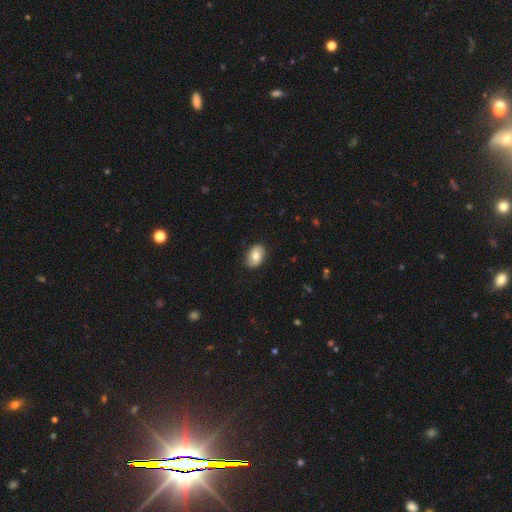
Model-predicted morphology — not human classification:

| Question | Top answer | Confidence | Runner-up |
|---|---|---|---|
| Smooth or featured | smooth | 79% | featured or disk (14%) |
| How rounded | in between | 87% | round (12%) |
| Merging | none | 88% | minor disturbance (9%) |